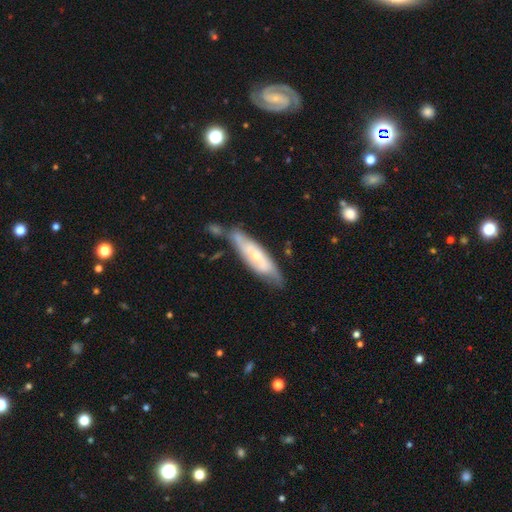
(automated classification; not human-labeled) This appears to be a featured or disk galaxy (60%). Merging: none (59%).